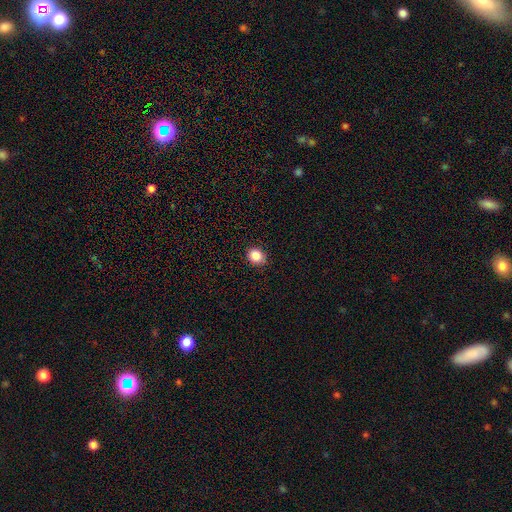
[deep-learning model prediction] This is clearly a smooth galaxy (85%). How rounded: likely round (75%). Merging: clearly none (89%).